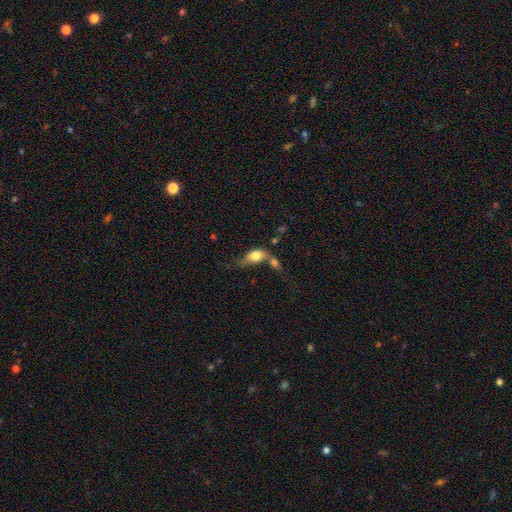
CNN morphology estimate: type=smooth (73%); roundness=in between (83%); merging=merger (51%).